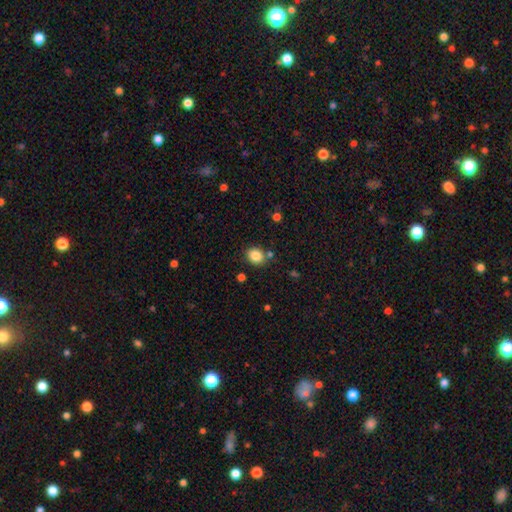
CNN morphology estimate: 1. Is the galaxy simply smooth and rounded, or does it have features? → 84% smooth, 10% star or artifact, 6% featured or disk.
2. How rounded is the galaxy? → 63% round, 36% in between, 1% cigar-shaped.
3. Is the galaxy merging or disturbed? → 80% none, 10% minor disturbance, 7% merger, 3% major disturbance.